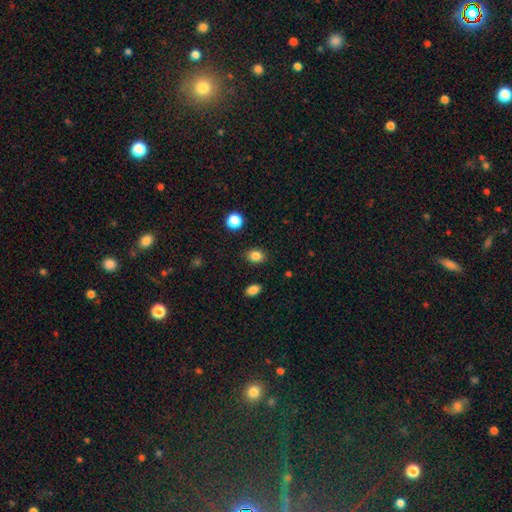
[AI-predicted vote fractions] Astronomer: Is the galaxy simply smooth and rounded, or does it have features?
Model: smooth — 85%.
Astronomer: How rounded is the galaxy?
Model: in between — 62%.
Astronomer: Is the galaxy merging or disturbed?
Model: none — 88%.